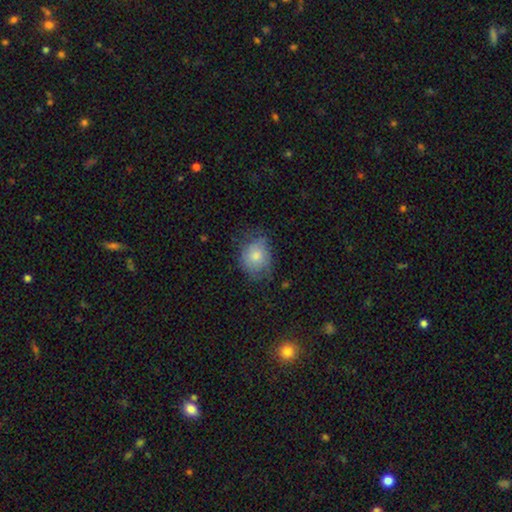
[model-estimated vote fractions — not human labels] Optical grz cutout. It shows a smooth galaxy with no disk features (72%) that is round (57%). Merging: none (53%).